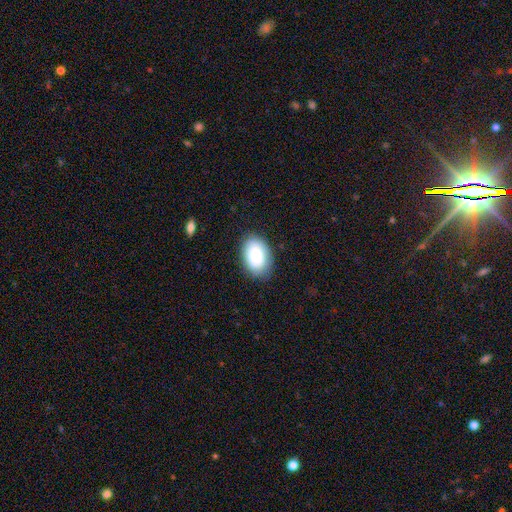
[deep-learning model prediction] Smooth or featured?
  - smooth: 84% *
  - featured or disk: 8%
  - star or artifact: 7%
How rounded?
  - in between: 88% *
  - round: 11%
  - cigar-shaped: 1%
Merging?
  - none: 81% *
  - minor disturbance: 14%
  - major disturbance: 4%
  - merger: 1%